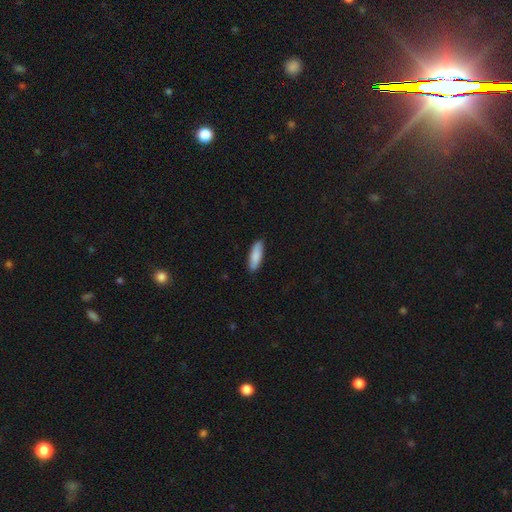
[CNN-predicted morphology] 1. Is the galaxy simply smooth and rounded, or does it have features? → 87% smooth, 8% featured or disk, 5% star or artifact.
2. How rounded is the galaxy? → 51% in between, 48% cigar-shaped, 2% round.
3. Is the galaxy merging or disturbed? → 88% none, 9% minor disturbance, 2% major disturbance, 1% merger.